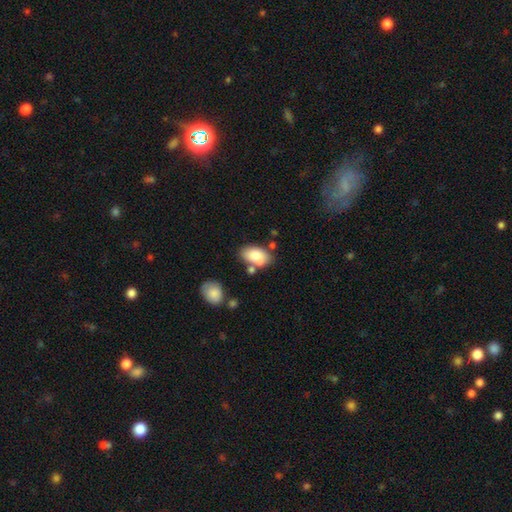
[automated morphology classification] Q: Smooth or featured?
A: smooth (78%); runner-up: featured or disk (14%)
Q: How rounded?
A: in between (92%); runner-up: round (6%)
Q: Merging?
A: none (60%); runner-up: merger (18%)